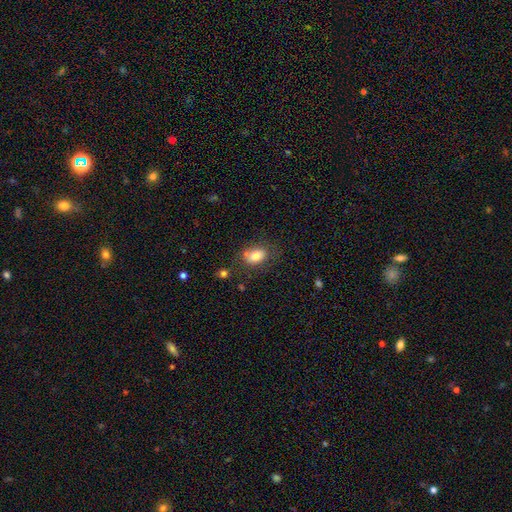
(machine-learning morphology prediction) Smooth or featured? smooth (76%)
How rounded? in between (82%)
Merging? none (63%)